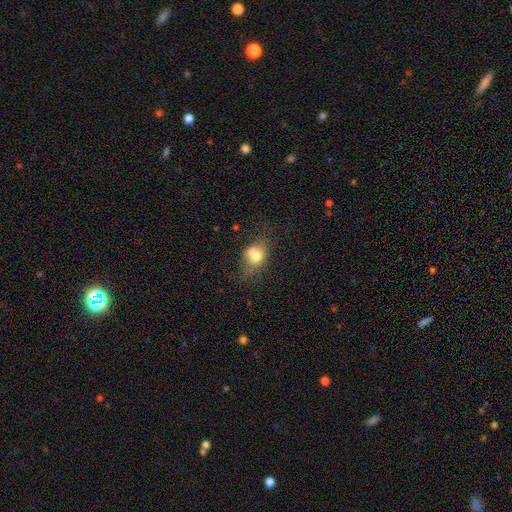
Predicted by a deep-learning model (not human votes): Smooth or featured? smooth (68%)
How rounded? in between (55%)
Merging? none (39%)